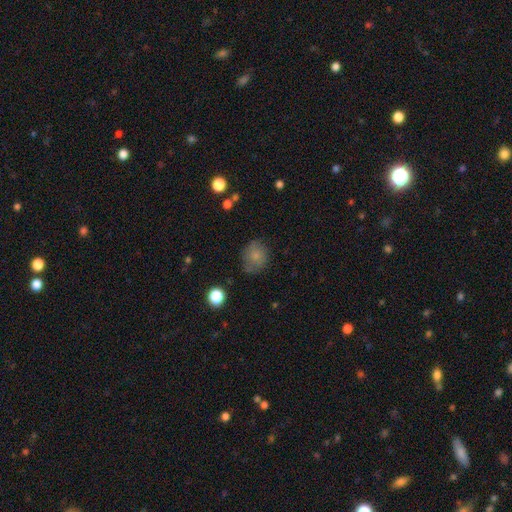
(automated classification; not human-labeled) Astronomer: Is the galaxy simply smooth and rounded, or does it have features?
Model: smooth — 75%.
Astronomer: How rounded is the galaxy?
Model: round — 74%.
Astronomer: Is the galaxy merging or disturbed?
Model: none — 68%.